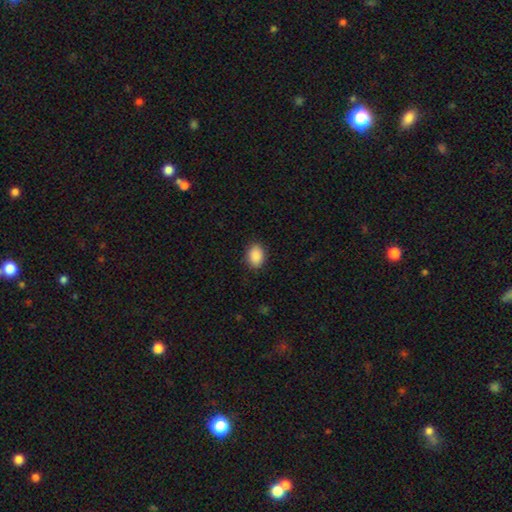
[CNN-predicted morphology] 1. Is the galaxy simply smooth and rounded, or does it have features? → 90% smooth, 8% star or artifact, 3% featured or disk.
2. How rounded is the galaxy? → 75% in between, 24% round, 1% cigar-shaped.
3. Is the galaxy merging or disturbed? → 87% none, 10% minor disturbance, 2% major disturbance, 1% merger.